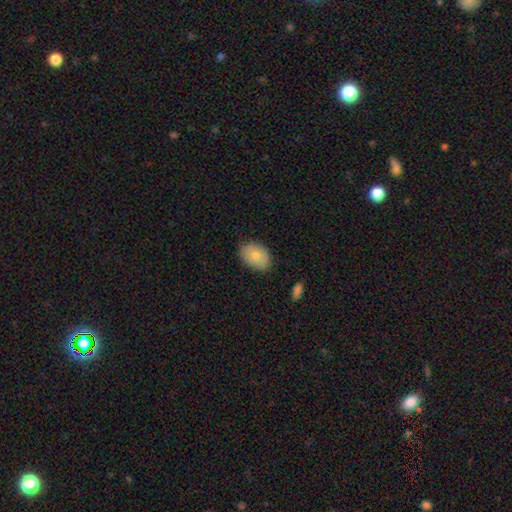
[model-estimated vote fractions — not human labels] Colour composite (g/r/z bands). It shows a smooth galaxy with no disk features (79%) that is in between round and cigar-shaped (79%). Merging: none (82%).